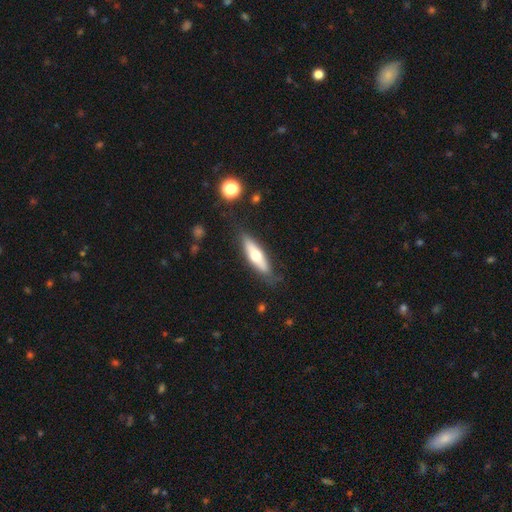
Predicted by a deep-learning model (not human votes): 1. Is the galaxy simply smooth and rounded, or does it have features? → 51% smooth, 43% featured or disk, 6% star or artifact.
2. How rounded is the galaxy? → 62% cigar-shaped, 36% in between, 2% round.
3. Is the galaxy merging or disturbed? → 79% none, 15% minor disturbance, 4% major disturbance, 2% merger.